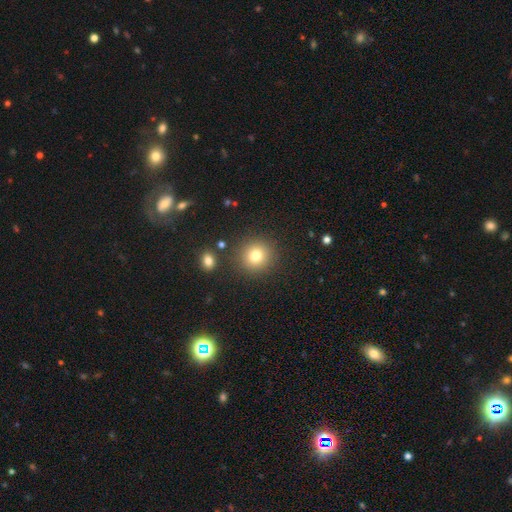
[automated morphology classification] smooth 78%, star or artifact 13%, featured or disk 9%. Down the decision tree: how rounded — round (92%); merging — none (87%).